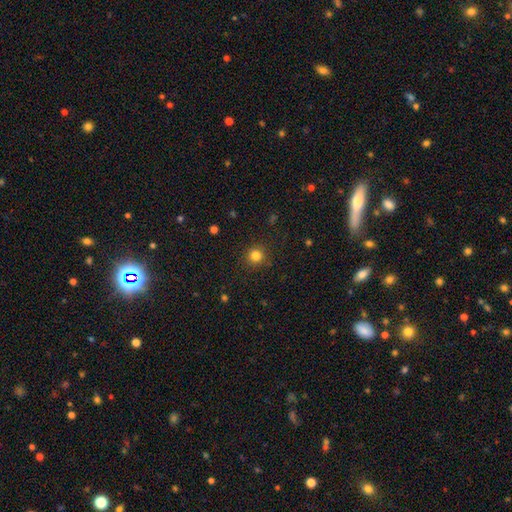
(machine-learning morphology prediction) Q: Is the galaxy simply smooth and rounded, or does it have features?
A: smooth — 82%.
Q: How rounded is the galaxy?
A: round — 93%.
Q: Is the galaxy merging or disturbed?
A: none — 90%.